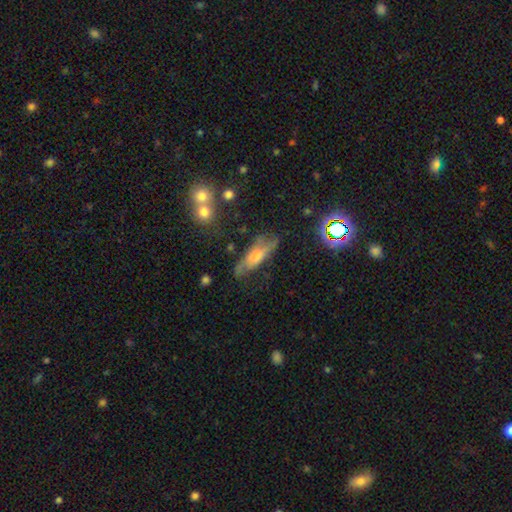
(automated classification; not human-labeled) Smooth or featured: featured or disk — 49% (smooth — 39%)
Merging: none — 62% (minor disturbance — 25%)